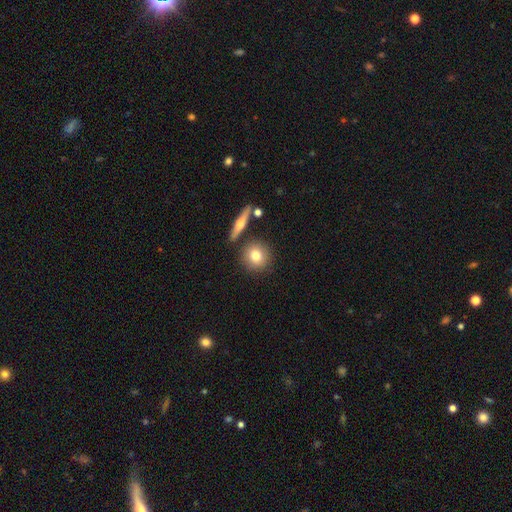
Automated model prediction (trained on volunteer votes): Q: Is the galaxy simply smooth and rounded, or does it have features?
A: smooth — 75%.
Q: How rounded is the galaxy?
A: round — 88%.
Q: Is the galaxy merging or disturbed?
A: none — 81%.